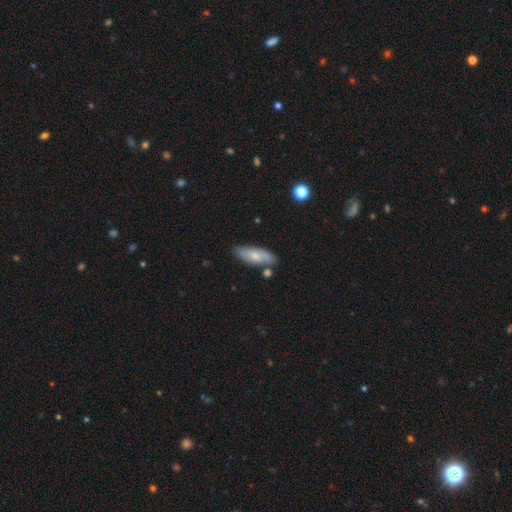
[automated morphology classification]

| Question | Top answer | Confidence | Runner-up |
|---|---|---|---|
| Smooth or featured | smooth | 65% | featured or disk (29%) |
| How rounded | in between | 68% | cigar-shaped (29%) |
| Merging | none | 72% | minor disturbance (17%) |